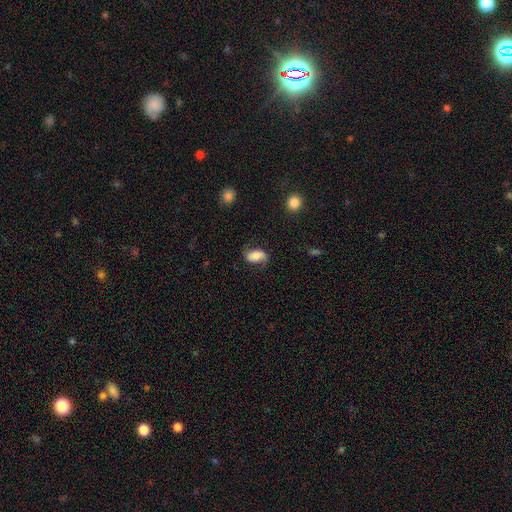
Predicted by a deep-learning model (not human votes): Smooth or featured? smooth (55%)
How rounded? in between (89%)
Merging? none (66%)